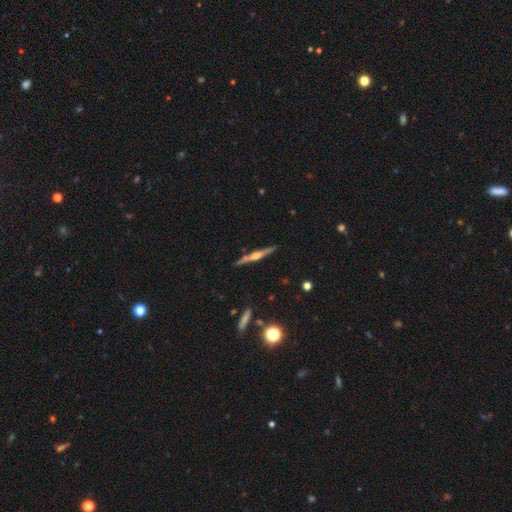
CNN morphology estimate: smooth_or_featured: featured or disk (p=0.76) [alt: smooth p=0.18]
disk_edge_on: yes (p=0.98) [alt: no p=0.02]
edge_on_bulge: rounded (p=0.87) [alt: boxy p=0.07]
merging: none (p=0.88) [alt: minor disturbance p=0.08]